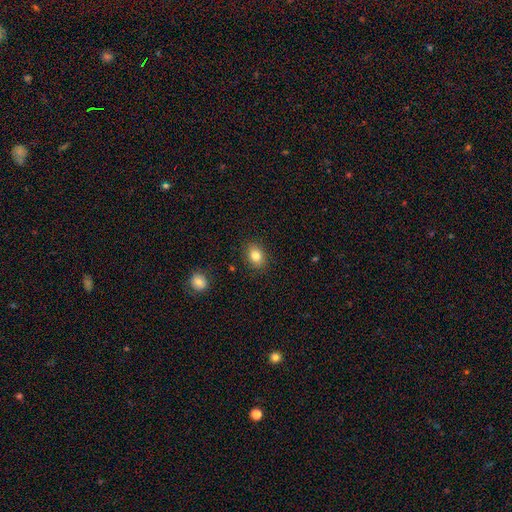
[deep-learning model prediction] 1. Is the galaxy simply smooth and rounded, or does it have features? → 82% smooth, 10% star or artifact, 8% featured or disk.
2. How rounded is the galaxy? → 59% in between, 40% round, 1% cigar-shaped.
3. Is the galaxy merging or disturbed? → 87% none, 9% minor disturbance, 2% major disturbance, 1% merger.